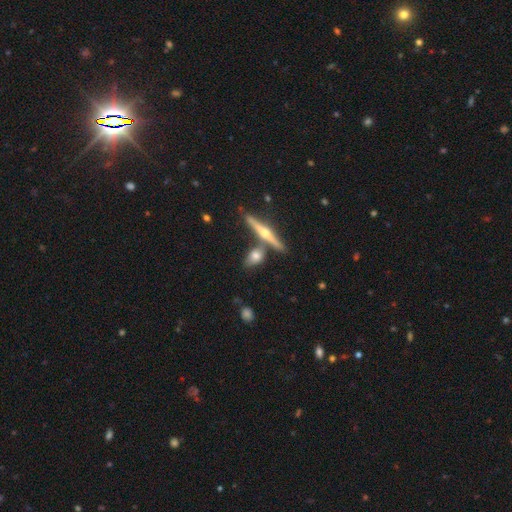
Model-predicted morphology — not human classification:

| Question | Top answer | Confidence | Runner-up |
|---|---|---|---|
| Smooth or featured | smooth | 49% | featured or disk (43%) |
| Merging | none | 62% | merger (24%) |